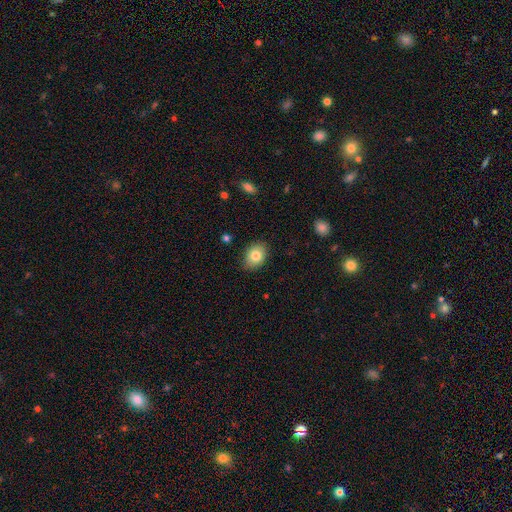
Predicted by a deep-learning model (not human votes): Smooth or featured? Predicted: smooth (p=0.81). How rounded? Predicted: in between (p=0.74). Merging? Predicted: none (p=0.86).